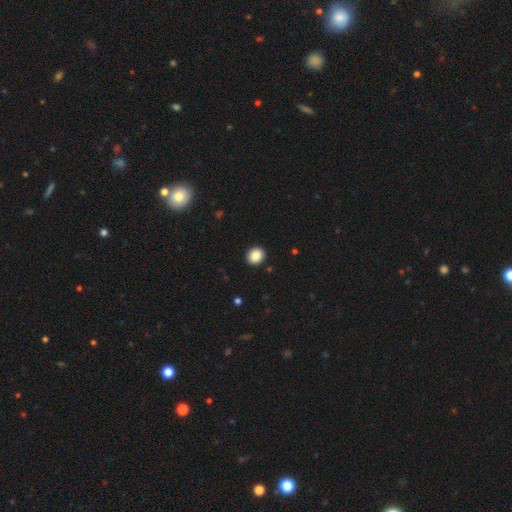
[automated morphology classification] A smooth galaxy with no disk features (87%) that is round (78%). Merging: none (92%).